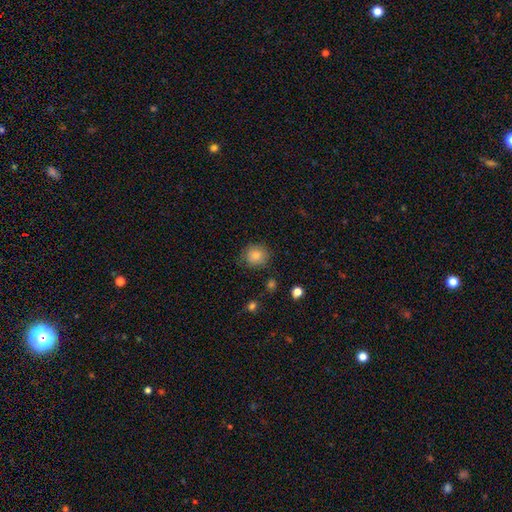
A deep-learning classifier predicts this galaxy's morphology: This appears to be a smooth galaxy with no disk features (83%) that is round (84%). Merging: none (79%).